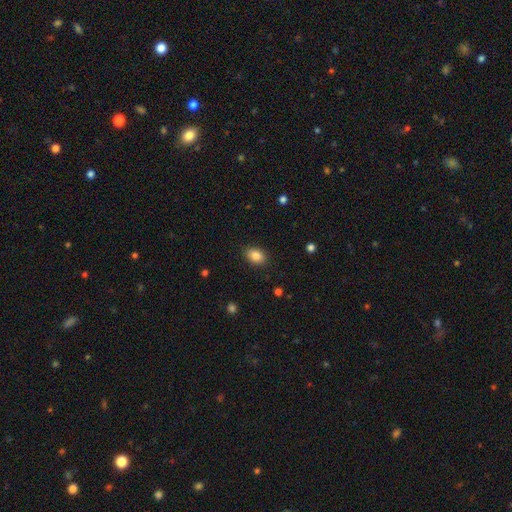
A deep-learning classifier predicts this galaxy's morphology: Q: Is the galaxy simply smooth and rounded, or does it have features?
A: smooth — 85%.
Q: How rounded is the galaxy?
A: in between — 79%.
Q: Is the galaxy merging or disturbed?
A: none — 87%.